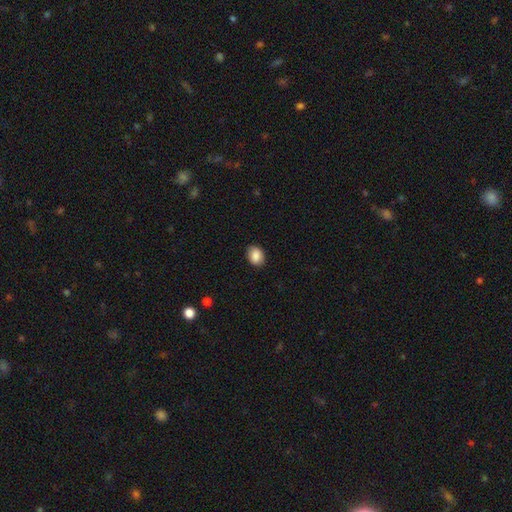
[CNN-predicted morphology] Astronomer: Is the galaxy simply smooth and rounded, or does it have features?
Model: smooth — 88%.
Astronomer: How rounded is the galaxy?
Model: in between — 68%.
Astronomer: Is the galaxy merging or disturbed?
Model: none — 85%.